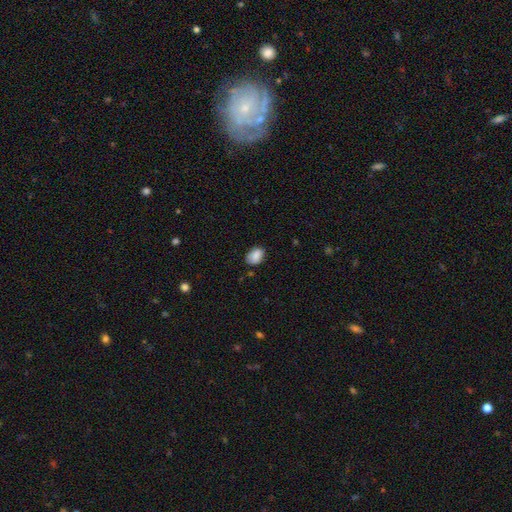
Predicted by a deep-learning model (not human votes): smooth_or_featured: smooth (p=0.85) [alt: star or artifact p=0.08]
how_rounded: in between (p=0.78) [alt: round p=0.20]
merging: none (p=0.73) [alt: minor disturbance p=0.22]